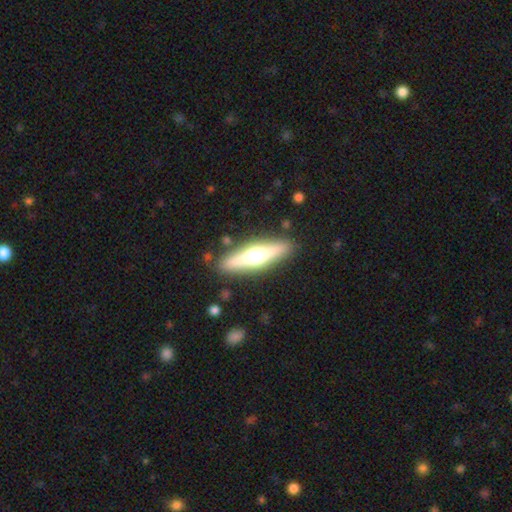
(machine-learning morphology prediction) This appears to be a featured or disk galaxy (62%) viewed edge-on (93%) with a rounded central bulge (95%). Merging: none (87%).